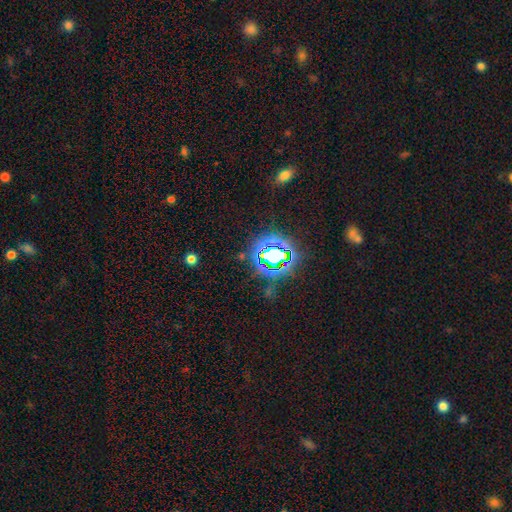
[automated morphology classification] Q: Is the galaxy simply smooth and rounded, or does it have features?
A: star or artifact — 80%.